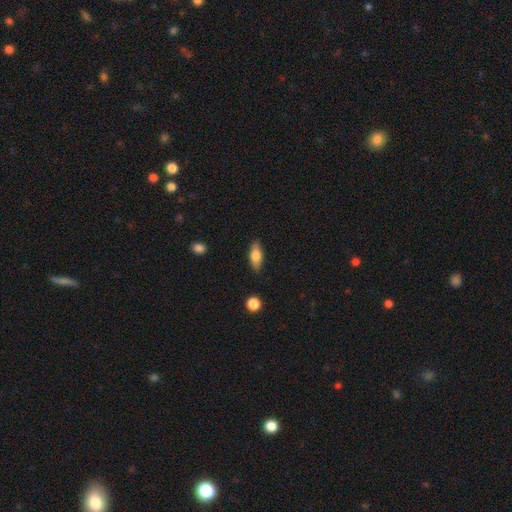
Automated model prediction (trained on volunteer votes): Smooth or featured: smooth — 75% (featured or disk — 18%)
How rounded: in between — 72% (cigar-shaped — 25%)
Merging: none — 86% (minor disturbance — 11%)